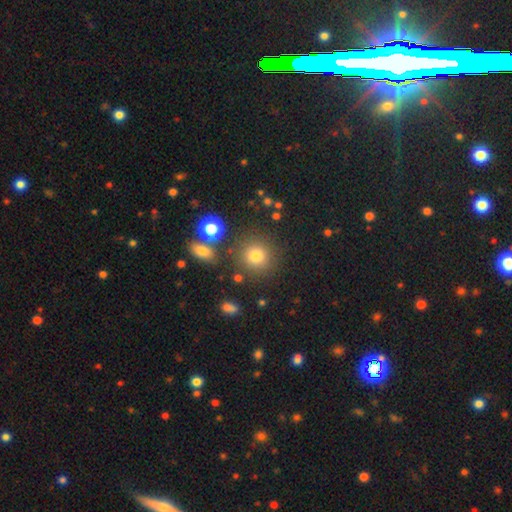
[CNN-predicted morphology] Overall: smooth (76%). How rounded: round (91%). Merging: none (83%).